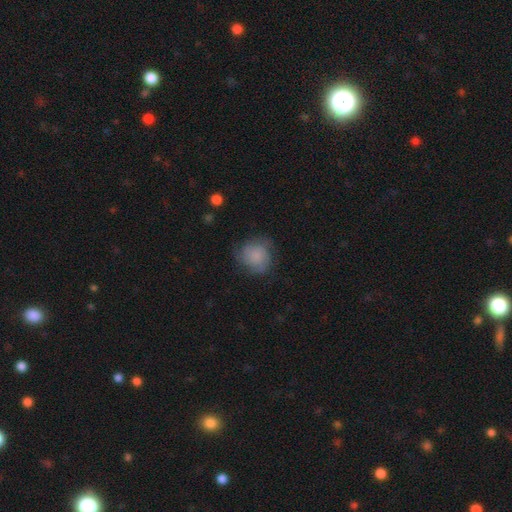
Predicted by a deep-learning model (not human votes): Smooth or featured? smooth (60%)
How rounded? round (80%)
Merging? none (64%)